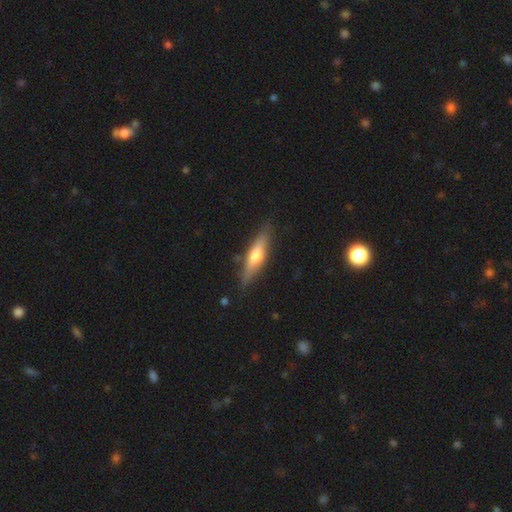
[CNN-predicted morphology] smooth-or-featured: featured or disk: 50% | smooth: 44% | star or artifact: 6%
  merging: none: 83% | minor disturbance: 12% | major disturbance: 3% | merger: 2%